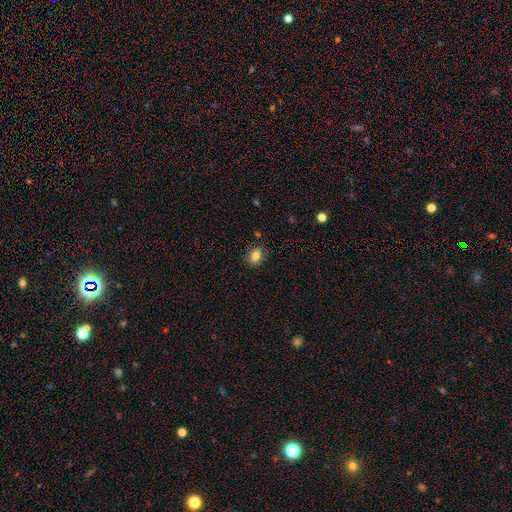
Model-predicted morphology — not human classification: Smooth or featured? Predicted: smooth (p=0.83). How rounded? Predicted: in between (p=0.68). Merging? Predicted: none (p=0.84).